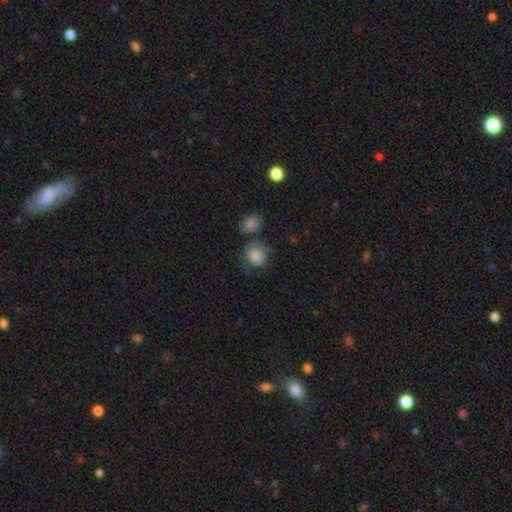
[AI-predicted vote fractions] A smooth galaxy with no disk features (78%) that is round (64%). Merging: none (42%).